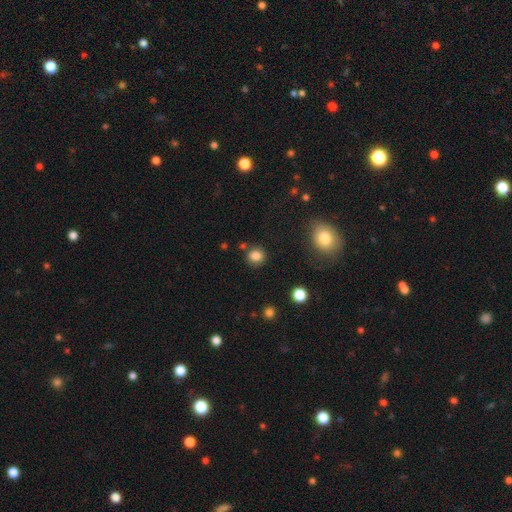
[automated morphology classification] Q: Smooth or featured?
A: smooth (84%); runner-up: star or artifact (12%)
Q: How rounded?
A: round (84%); runner-up: in between (16%)
Q: Merging?
A: none (81%); runner-up: minor disturbance (10%)